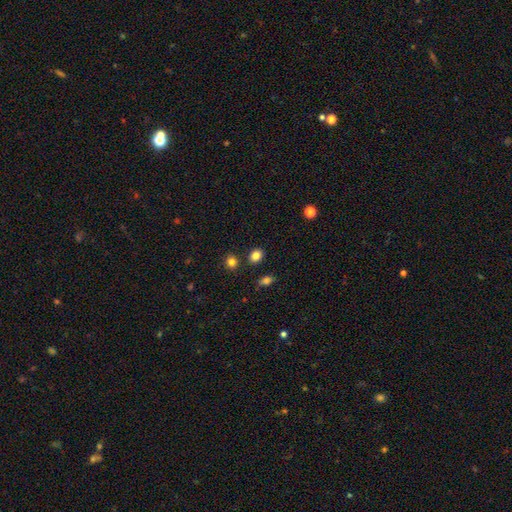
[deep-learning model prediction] This is clearly a smooth galaxy (84%). How rounded: possibly in between (56%). Merging: clearly none (84%).